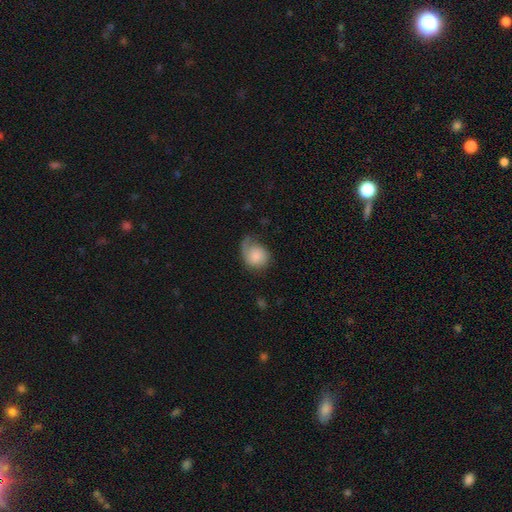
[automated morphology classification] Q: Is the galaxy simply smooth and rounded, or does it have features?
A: smooth — 57%.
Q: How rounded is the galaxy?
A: round — 52%.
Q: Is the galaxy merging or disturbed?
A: none — 40%.